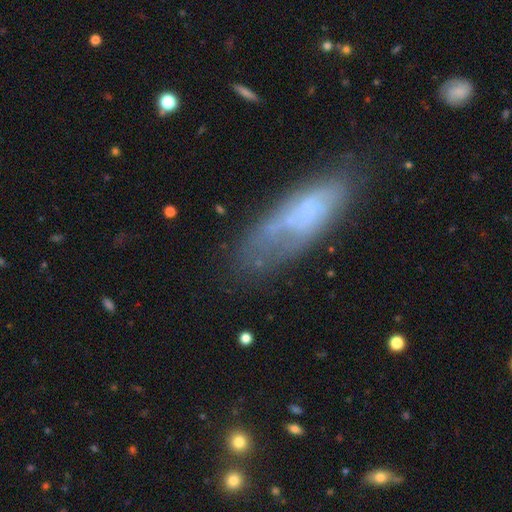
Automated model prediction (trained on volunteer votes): smooth-or-featured: smooth: 51% | featured or disk: 38% | star or artifact: 11%
  how-rounded: in between: 51% | cigar-shaped: 46% | round: 3%
  merging: none: 53% | minor disturbance: 26% | major disturbance: 16% | merger: 5%